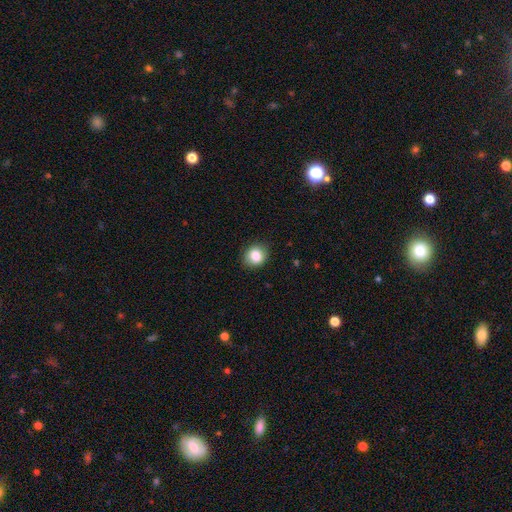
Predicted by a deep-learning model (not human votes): Smooth or featured?
  - smooth: 84% *
  - star or artifact: 9%
  - featured or disk: 7%
How rounded?
  - round: 72% *
  - in between: 28%
  - cigar-shaped: 1%
Merging?
  - none: 88% *
  - minor disturbance: 9%
  - major disturbance: 2%
  - merger: 1%